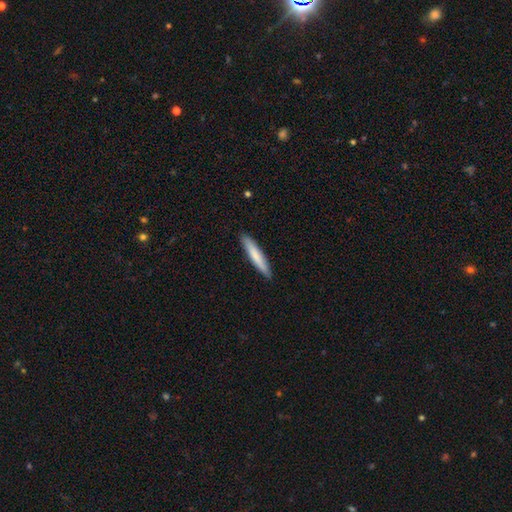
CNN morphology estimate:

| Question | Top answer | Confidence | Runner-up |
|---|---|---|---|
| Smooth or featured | smooth | 76% | featured or disk (19%) |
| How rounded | cigar-shaped | 93% | in between (6%) |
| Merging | none | 90% | minor disturbance (8%) |